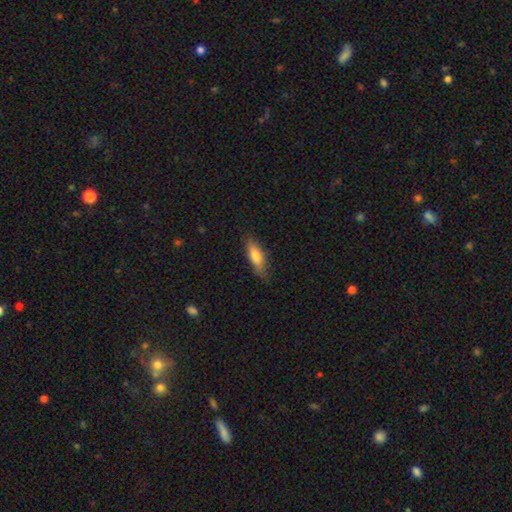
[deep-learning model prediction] Overall: smooth (75%). How rounded: in between (55%; cigar-shaped 43%). Merging: none (77%).